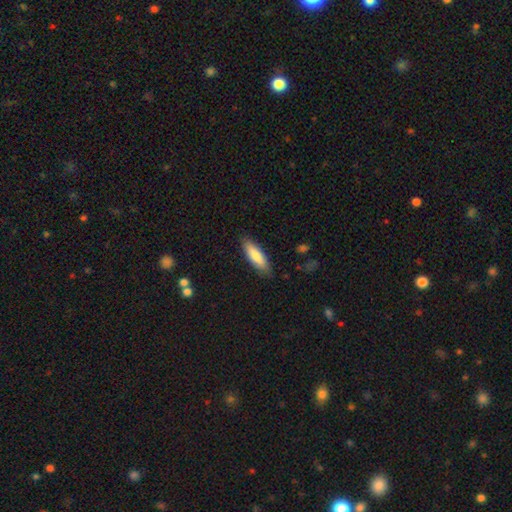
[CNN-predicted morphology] This appears to be a smooth galaxy with no disk features (83%) that is in between round and cigar-shaped (53%). Merging: none (85%).